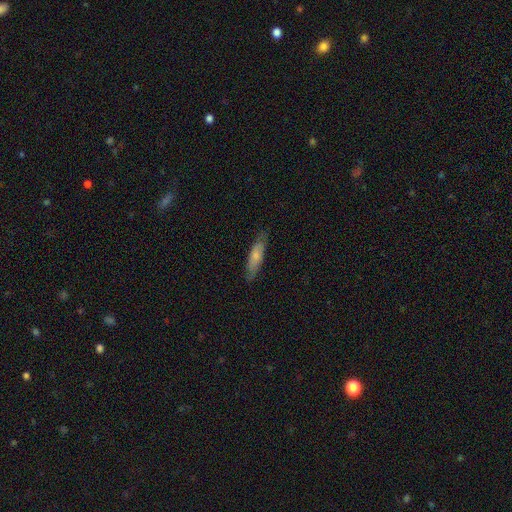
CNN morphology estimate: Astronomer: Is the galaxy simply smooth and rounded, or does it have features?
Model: smooth — 63%.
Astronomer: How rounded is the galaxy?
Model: cigar-shaped — 62%.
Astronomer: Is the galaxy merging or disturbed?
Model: none — 77%.